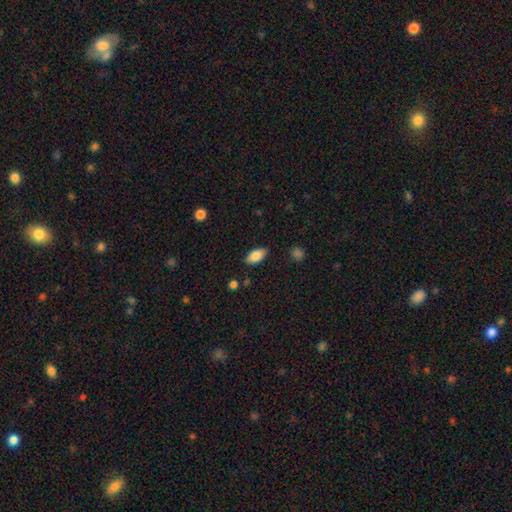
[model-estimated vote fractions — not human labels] smooth-or-featured: smooth: 82% | featured or disk: 11% | star or artifact: 7%
  how-rounded: in between: 91% | cigar-shaped: 6% | round: 3%
  merging: none: 86% | minor disturbance: 11% | major disturbance: 2% | merger: 1%